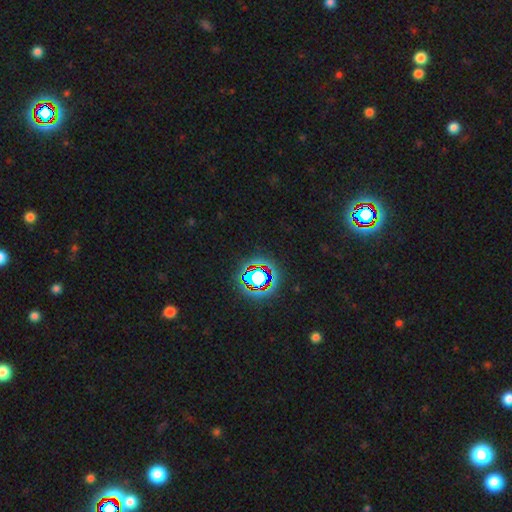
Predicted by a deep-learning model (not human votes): Smooth or featured? star or artifact (77%)